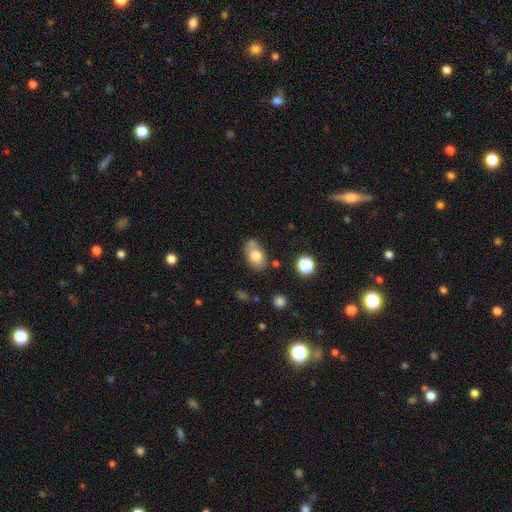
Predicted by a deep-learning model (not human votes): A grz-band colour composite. It shows a smooth galaxy with no disk features (73%) that is in between round and cigar-shaped (85%). Merging: none (59%).